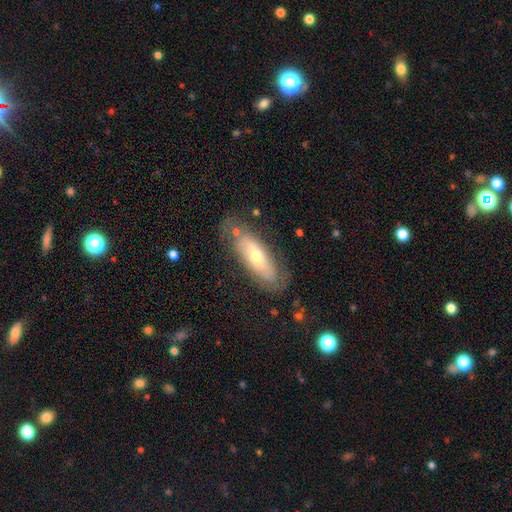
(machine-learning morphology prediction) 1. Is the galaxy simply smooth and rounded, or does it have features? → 48% featured or disk, 45% smooth, 7% star or artifact.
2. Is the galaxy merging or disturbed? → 69% none, 20% minor disturbance, 8% major disturbance, 3% merger.